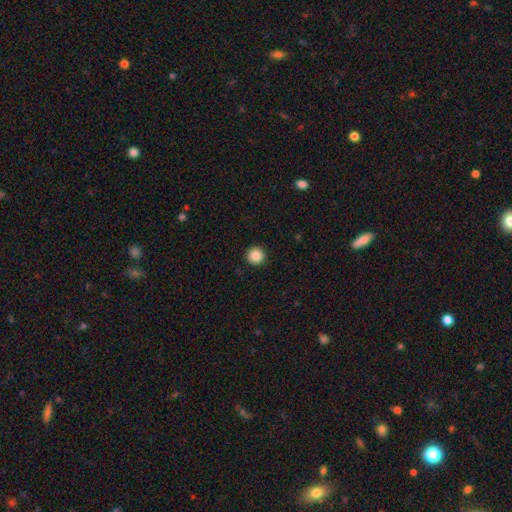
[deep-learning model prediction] Smooth or featured: smooth — 88% (star or artifact — 10%)
How rounded: round — 96% (in between — 3%)
Merging: none — 93% (minor disturbance — 4%)